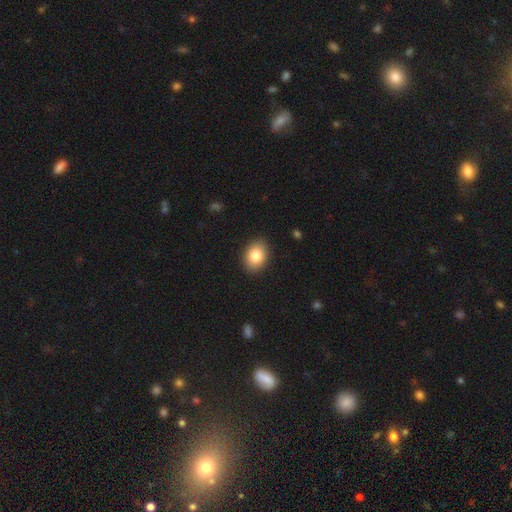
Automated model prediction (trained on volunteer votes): Smooth or featured? Predicted: smooth (p=0.84). How rounded? Predicted: in between (p=0.73). Merging? Predicted: none (p=0.89).